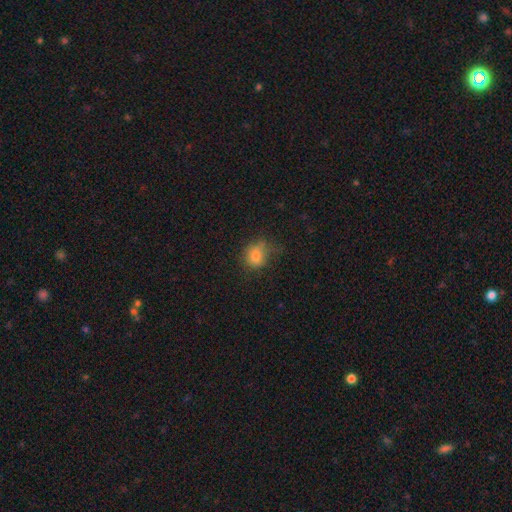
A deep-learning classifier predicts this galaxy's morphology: smooth-or-featured: smooth: 77% | star or artifact: 13% | featured or disk: 10%
  how-rounded: round: 59% | in between: 40% | cigar-shaped: 1%
  merging: none: 48% | minor disturbance: 32% | major disturbance: 17% | merger: 3%